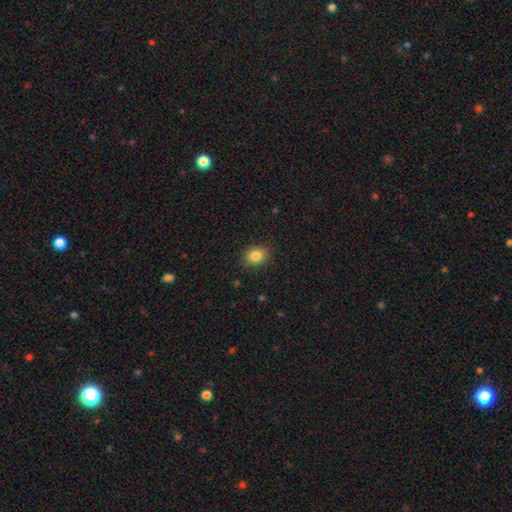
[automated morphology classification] Smooth or featured?
  - smooth: 84% *
  - star or artifact: 10%
  - featured or disk: 5%
How rounded?
  - round: 56% *
  - in between: 43%
  - cigar-shaped: 1%
Merging?
  - none: 88% *
  - minor disturbance: 9%
  - major disturbance: 2%
  - merger: 1%